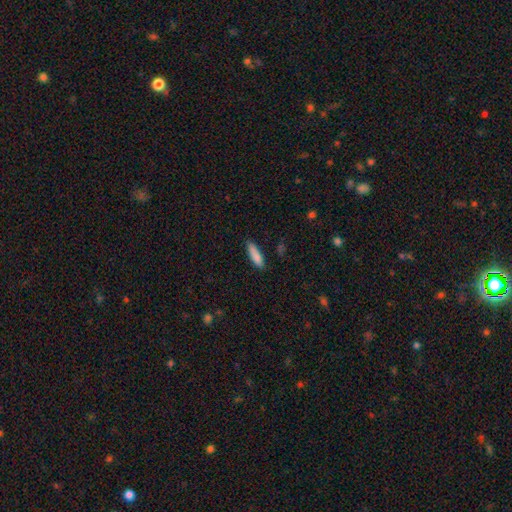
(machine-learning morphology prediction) Smooth or featured? smooth (86%)
How rounded? cigar-shaped (62%)
Merging? none (79%)